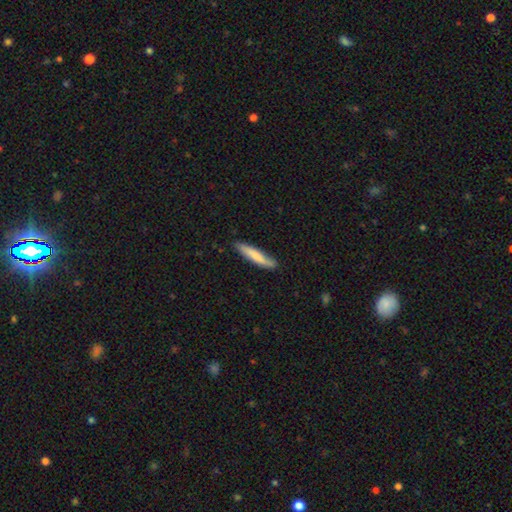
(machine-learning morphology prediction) Smooth or featured? Predicted: smooth (p=0.72). How rounded? Predicted: cigar-shaped (p=0.88). Merging? Predicted: none (p=0.79).